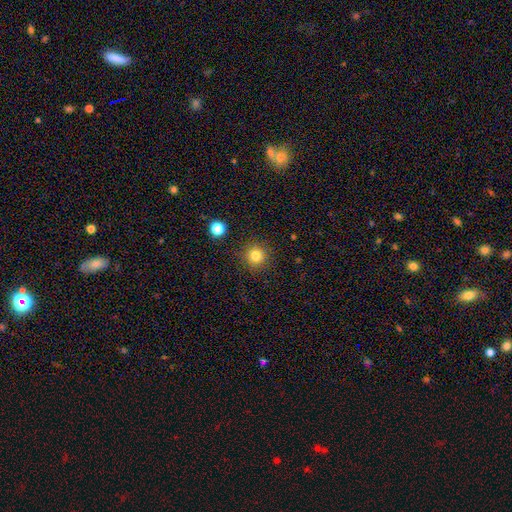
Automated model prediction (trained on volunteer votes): Overall: smooth (81%). How rounded: round (94%). Merging: none (89%).